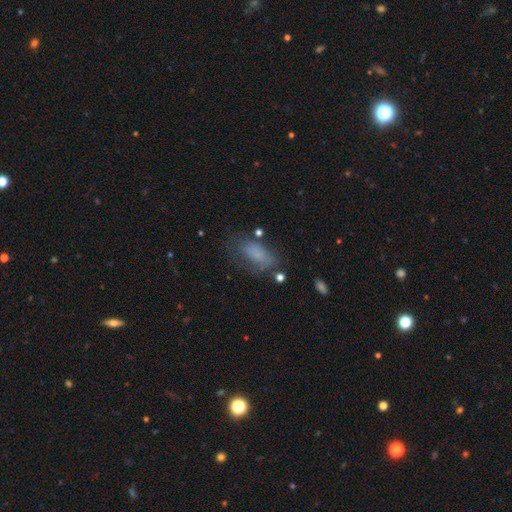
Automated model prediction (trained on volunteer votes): This appears to be a smooth galaxy with no disk features (61%) that is in between round and cigar-shaped (84%). Merging: none (61%).